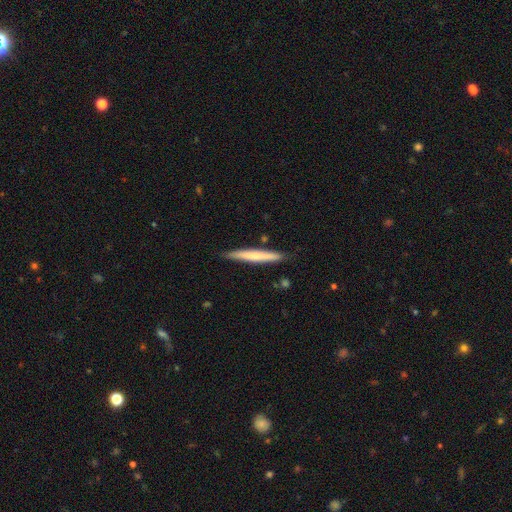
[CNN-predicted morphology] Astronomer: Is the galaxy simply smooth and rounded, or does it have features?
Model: smooth — 60%.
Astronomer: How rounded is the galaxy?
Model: cigar-shaped — 96%.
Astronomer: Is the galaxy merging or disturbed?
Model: none — 87%.